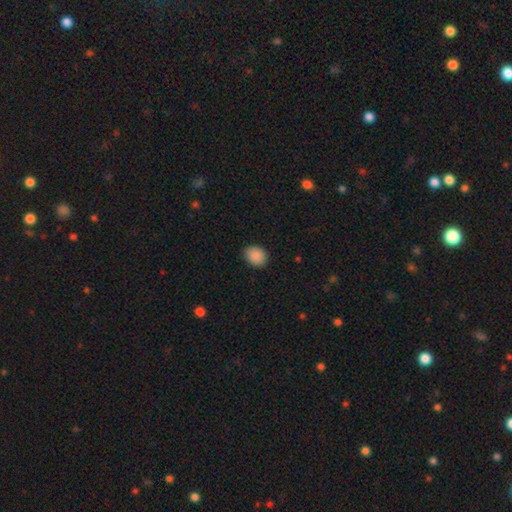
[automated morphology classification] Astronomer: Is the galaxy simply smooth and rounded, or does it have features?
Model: smooth — 89%.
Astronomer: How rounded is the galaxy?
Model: round — 54% (runner-up: in between, 45%).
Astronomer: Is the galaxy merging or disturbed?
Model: none — 83%.